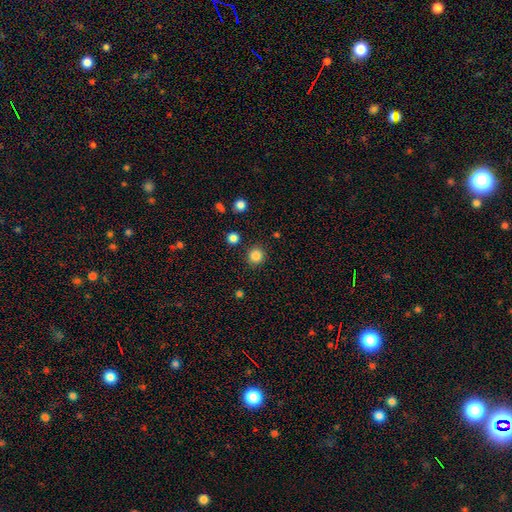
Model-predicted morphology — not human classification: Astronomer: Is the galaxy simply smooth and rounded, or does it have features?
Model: smooth — 85%.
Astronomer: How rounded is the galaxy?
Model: round — 92%.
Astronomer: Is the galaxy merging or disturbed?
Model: none — 89%.